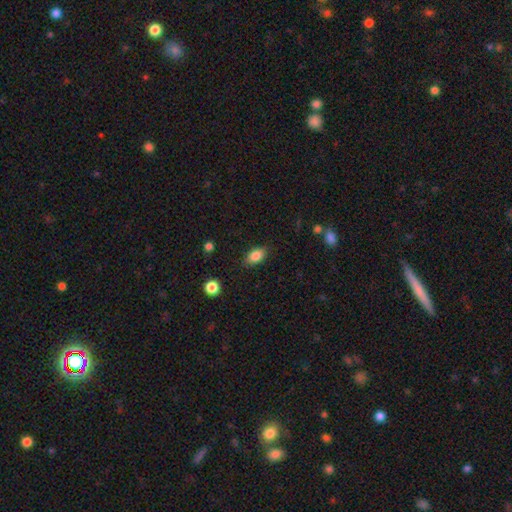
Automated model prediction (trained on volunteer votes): A smooth galaxy with no disk features (86%) that is in between round and cigar-shaped (88%).

Vote fractions:
- Smooth or featured? smooth: 86% / star or artifact: 9% / featured or disk: 6%
- How rounded? in between: 88% / round: 10% / cigar-shaped: 2%
- Merging? none: 84% / minor disturbance: 11% / major disturbance: 3% / merger: 1%